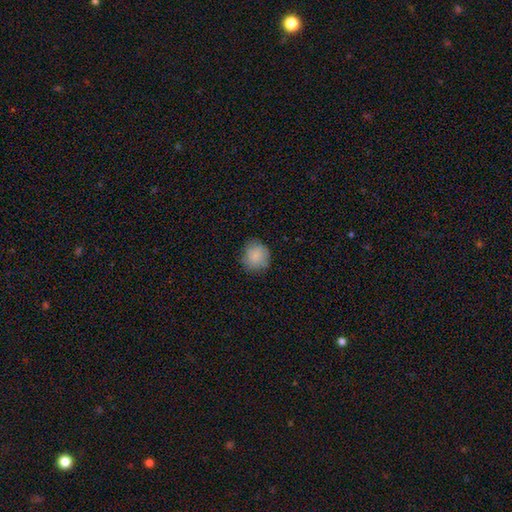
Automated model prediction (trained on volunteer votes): Smooth or featured?
  - smooth: 85% *
  - star or artifact: 8%
  - featured or disk: 7%
How rounded?
  - round: 84% *
  - in between: 15%
  - cigar-shaped: 1%
Merging?
  - none: 77% *
  - minor disturbance: 17%
  - major disturbance: 5%
  - merger: 1%